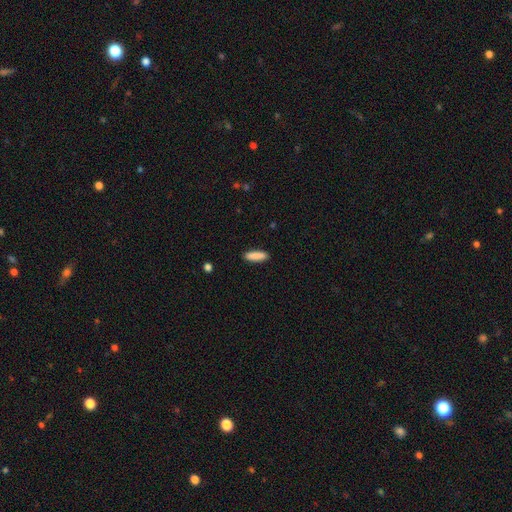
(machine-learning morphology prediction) A smooth galaxy with no disk features (89%) that is cigar-shaped (63%).

Vote fractions:
- Smooth or featured? smooth: 89% / star or artifact: 6% / featured or disk: 5%
- How rounded? cigar-shaped: 63% / in between: 36% / round: 2%
- Merging? none: 90% / minor disturbance: 7% / major disturbance: 2% / merger: 1%